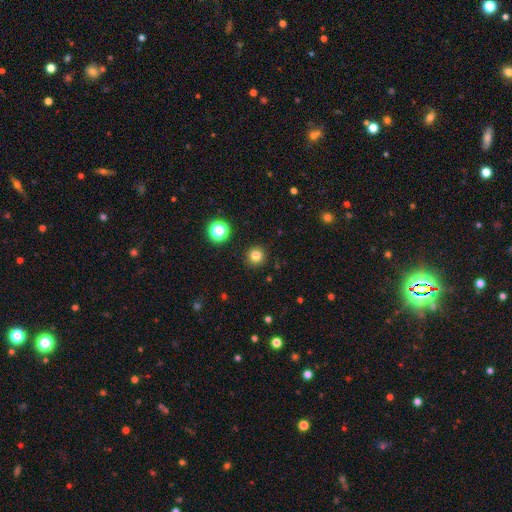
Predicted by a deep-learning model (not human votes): Smooth or featured? Predicted: smooth (p=0.80). How rounded? Predicted: round (p=0.95). Merging? Predicted: none (p=0.92).